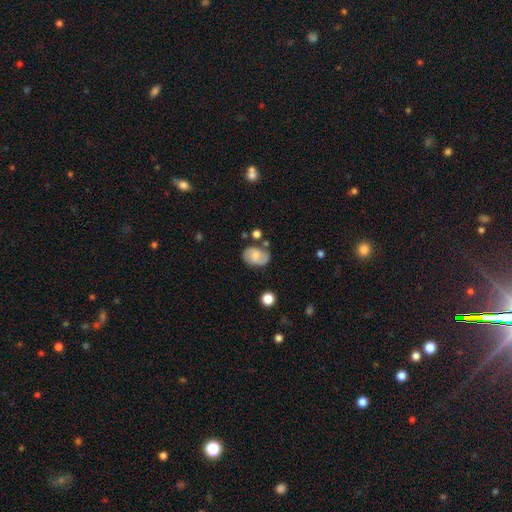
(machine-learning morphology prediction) The model was most divided on "smooth or featured": featured or disk: 46%, smooth: 45%, star or artifact: 8%. More confident: merging — none (68%).